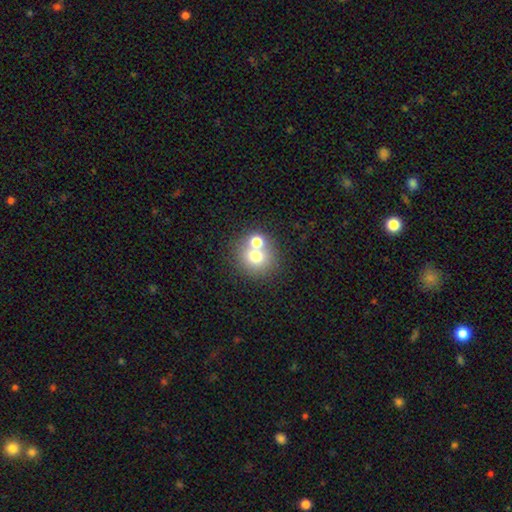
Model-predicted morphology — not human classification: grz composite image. It shows a smooth galaxy with no disk features (70%) that is round (85%). Merging: none (48%).